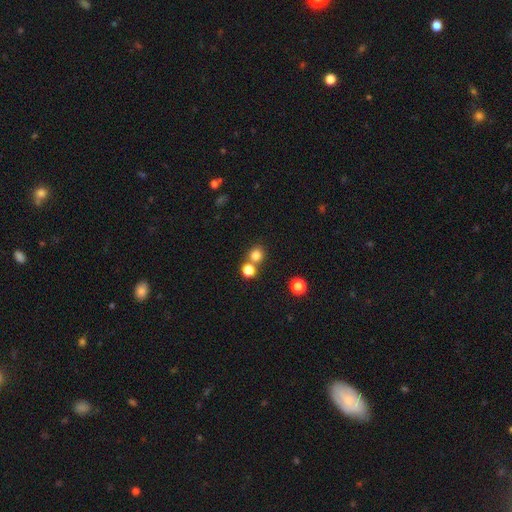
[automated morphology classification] A smooth galaxy with no disk features (79%) that is round (88%). Merging: none (65%).